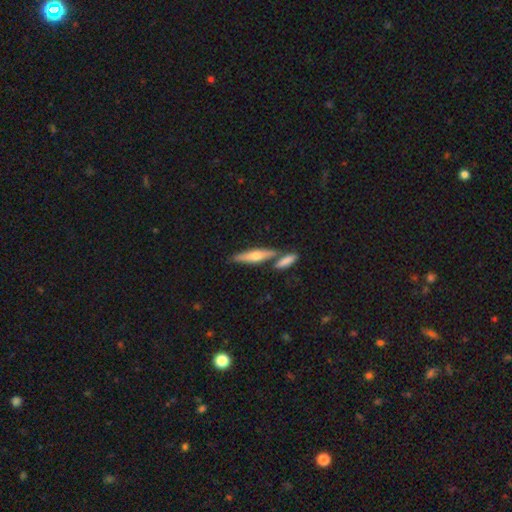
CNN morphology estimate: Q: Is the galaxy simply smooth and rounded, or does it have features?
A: featured or disk — 48%.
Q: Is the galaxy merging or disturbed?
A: none — 66%.